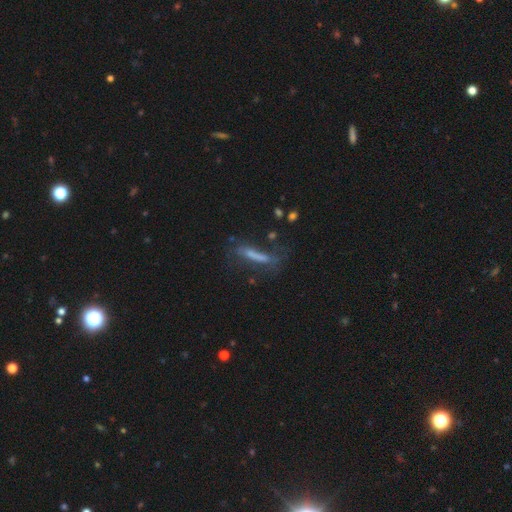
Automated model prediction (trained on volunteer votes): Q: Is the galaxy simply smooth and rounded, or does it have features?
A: smooth — 54%.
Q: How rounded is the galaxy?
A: cigar-shaped — 83%.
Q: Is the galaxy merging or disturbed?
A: none — 51%.